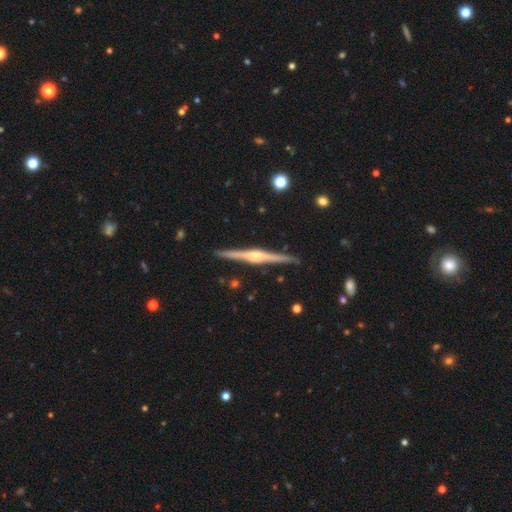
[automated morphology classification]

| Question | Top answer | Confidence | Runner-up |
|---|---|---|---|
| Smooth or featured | featured or disk | 85% | smooth (10%) |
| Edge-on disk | yes | 99% | no (1%) |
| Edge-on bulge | rounded | 84% | boxy (10%) |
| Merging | none | 92% | minor disturbance (6%) |